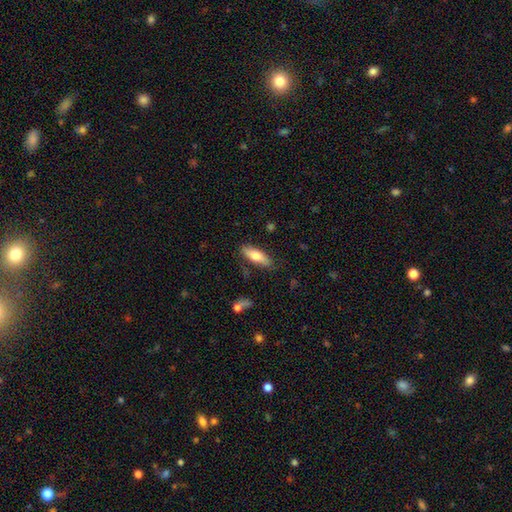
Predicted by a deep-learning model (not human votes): Smooth or featured?
  - smooth: 70% *
  - featured or disk: 24%
  - star or artifact: 6%
How rounded?
  - in between: 60% *
  - cigar-shaped: 38%
  - round: 2%
Merging?
  - none: 81% *
  - minor disturbance: 14%
  - major disturbance: 3%
  - merger: 2%